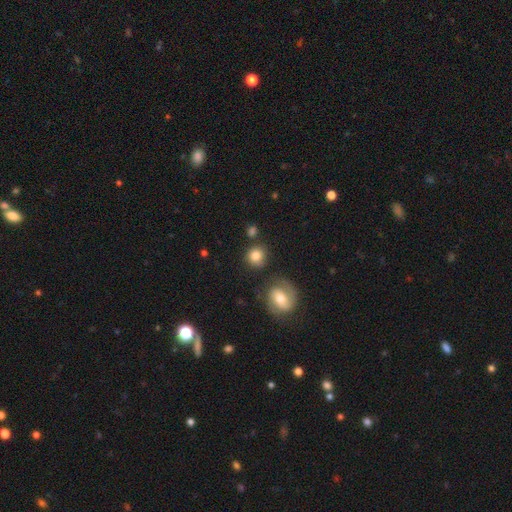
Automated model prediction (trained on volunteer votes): The model was most divided on "merging": none: 75%, minor disturbance: 12%, merger: 9%, major disturbance: 5%. More confident: how rounded — round (87%); smooth or featured — smooth (81%).